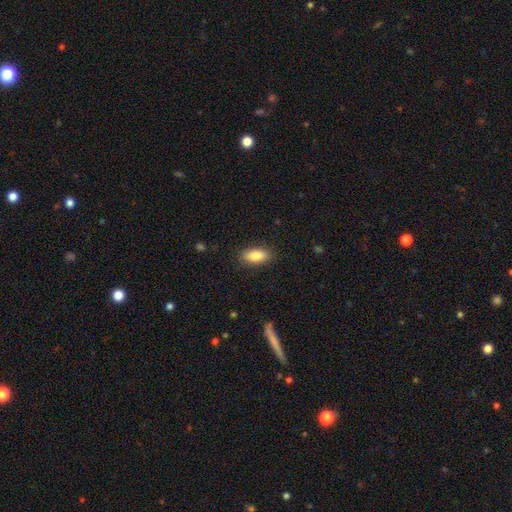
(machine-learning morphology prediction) This appears to be a smooth galaxy with no disk features (86%) that is in between round and cigar-shaped (88%). Merging: none (87%).